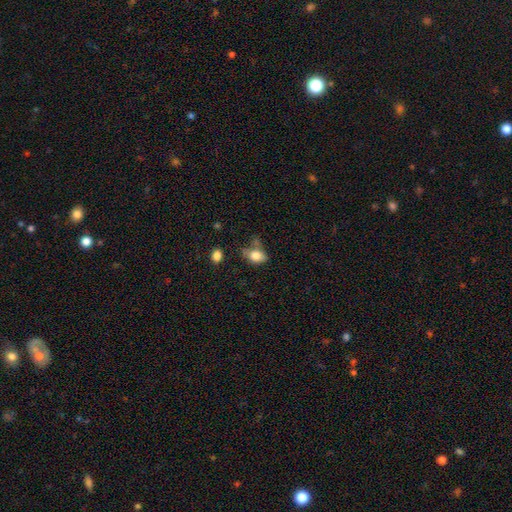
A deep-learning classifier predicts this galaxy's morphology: Smooth or featured? Predicted: smooth (p=0.78). How rounded? Predicted: in between (p=0.77). Merging? Predicted: none (p=0.44).